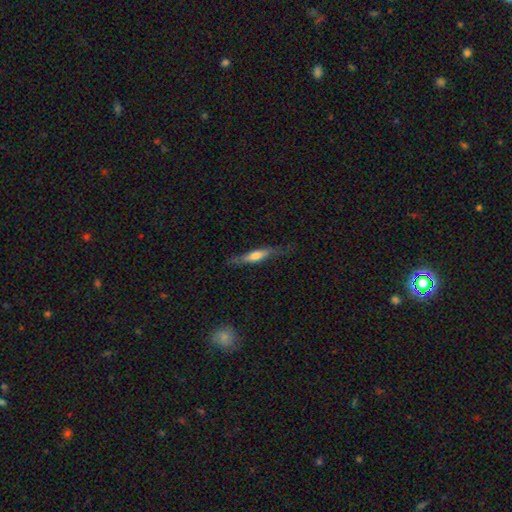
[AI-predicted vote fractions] Smooth or featured? smooth (50%)
How rounded? cigar-shaped (77%)
Merging? none (69%)